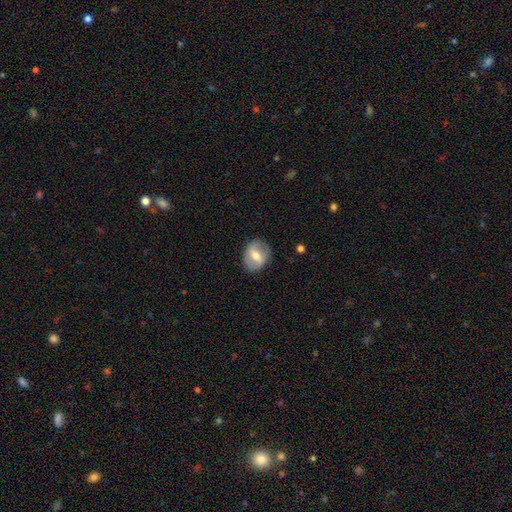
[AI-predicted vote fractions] A featured or disk galaxy (52%). Merging: none (82%).